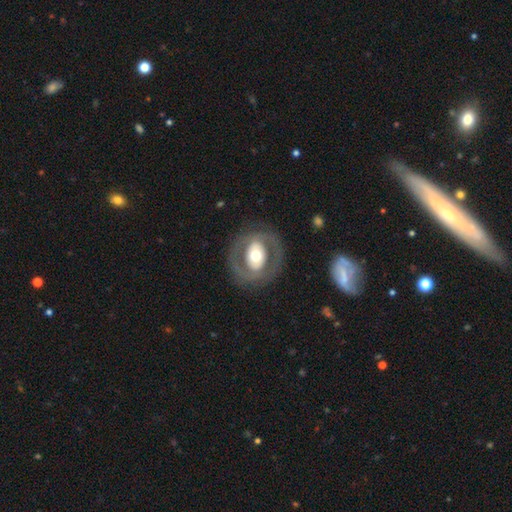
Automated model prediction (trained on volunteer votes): Morphology: type=featured or disk (63%); edge-on=no (96%); bar=no (63%); spiral arms=no (69%); bulge=moderate (59%); merging=none (80%).